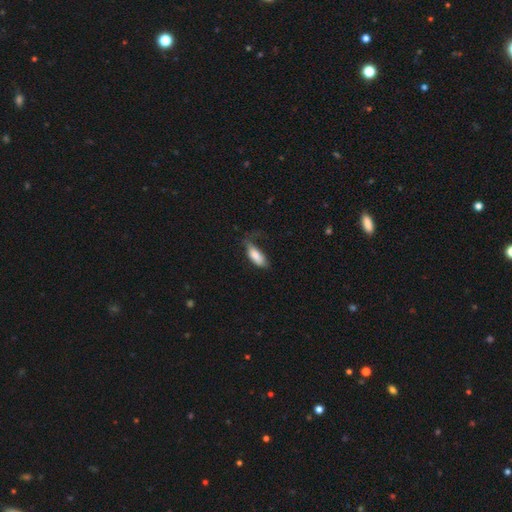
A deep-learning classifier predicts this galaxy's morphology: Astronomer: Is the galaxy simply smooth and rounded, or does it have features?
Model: smooth — 81%.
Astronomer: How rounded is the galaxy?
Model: in between — 76%.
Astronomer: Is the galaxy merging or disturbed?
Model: none — 36% (runner-up: minor disturbance, 34%).